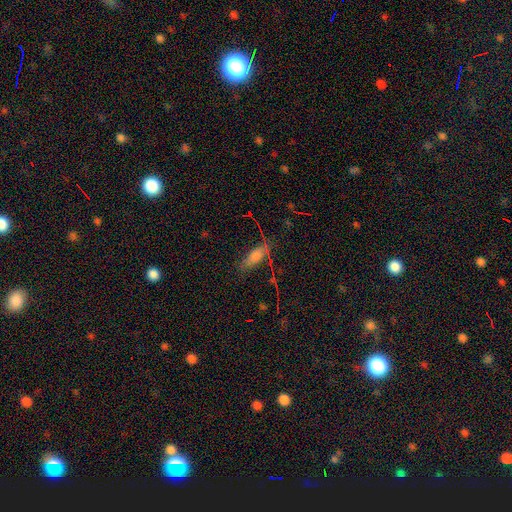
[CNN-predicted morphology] smooth_or_featured: smooth (p=0.66) [alt: featured or disk p=0.21]
how_rounded: in between (p=0.63) [alt: cigar-shaped p=0.34]
merging: none (p=0.69) [alt: minor disturbance p=0.20]